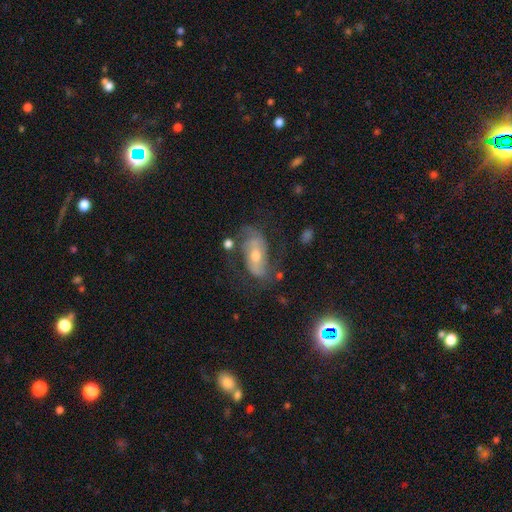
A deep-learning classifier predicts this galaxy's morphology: This is likely a featured or disk galaxy (69%). It is clearly not viewed edge-on (91%). Bar: marginally no (42%). Spiral arm pattern: clearly yes (82%). Spiral arm count: likely 2 (76%). Spiral winding: marginally medium (43%). Central bulge: possibly moderate (59%). Merging: possibly none (59%).